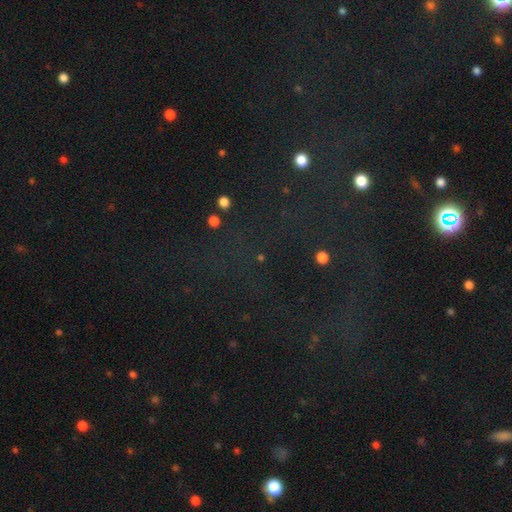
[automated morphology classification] Smooth or featured? Predicted: star or artifact (p=0.72).